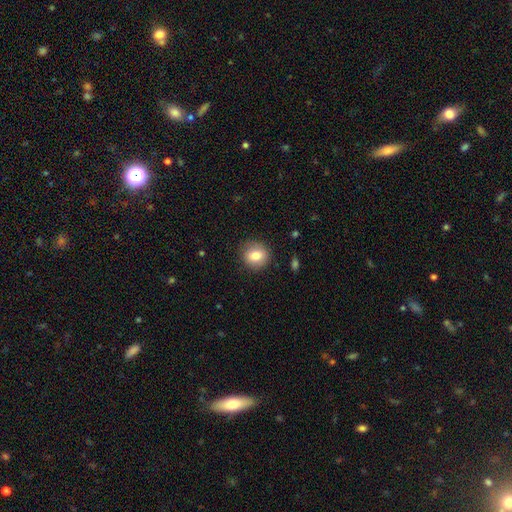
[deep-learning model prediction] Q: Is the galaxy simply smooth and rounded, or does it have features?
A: smooth — 79%.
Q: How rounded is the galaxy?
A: round — 77%.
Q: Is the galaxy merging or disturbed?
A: none — 84%.